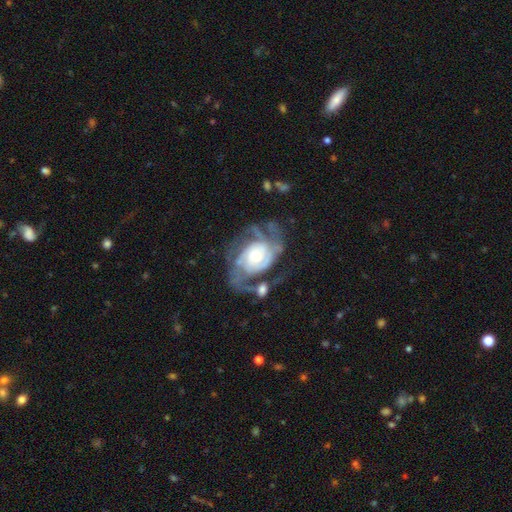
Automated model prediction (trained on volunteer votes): featured or disk 87%, smooth 8%, star or artifact 5%. Down the decision tree: edge-on disk — no (98%); bar — no (70%); spiral arms — yes (95%); spiral arm count — 2 (35%); spiral winding — tight (45%); bulge size — moderate (43%); merging — none (48%).